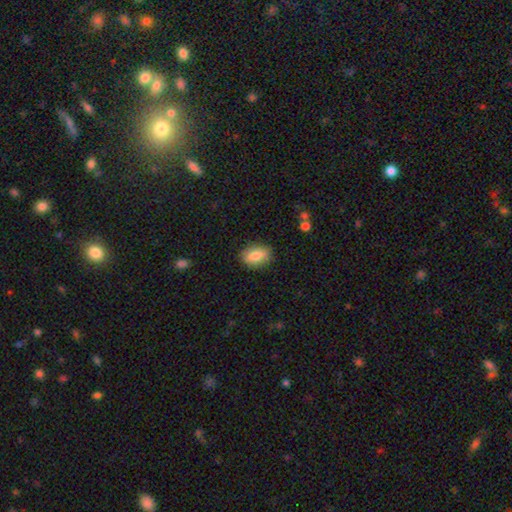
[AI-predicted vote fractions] smooth 76%, featured or disk 16%, star or artifact 7%. Down the decision tree: how rounded — in between (81%); merging — none (85%).